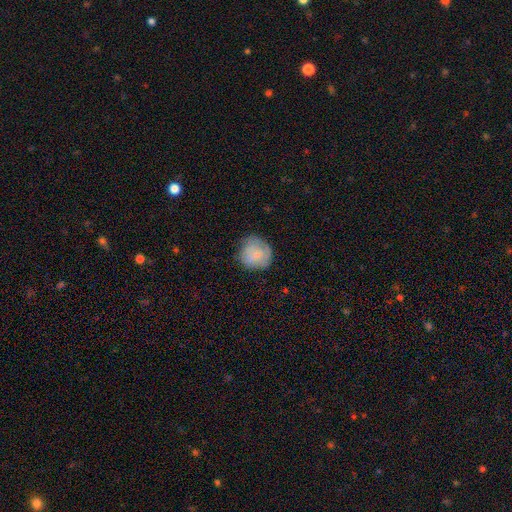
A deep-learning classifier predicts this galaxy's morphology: type=smooth (74%); roundness=round (88%); merging=none (71%).